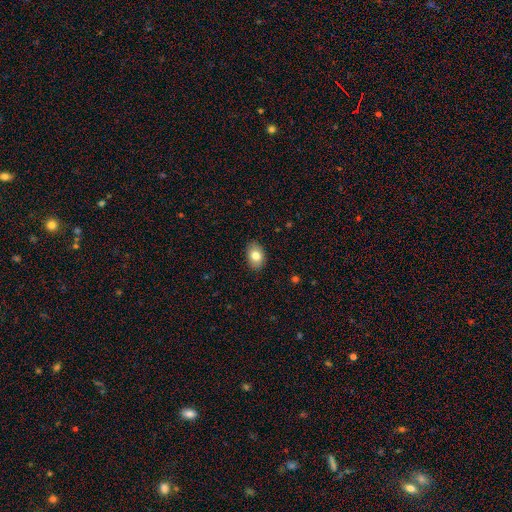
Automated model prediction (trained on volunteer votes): Overall: smooth (81%). How rounded: in between (82%). Merging: none (87%).